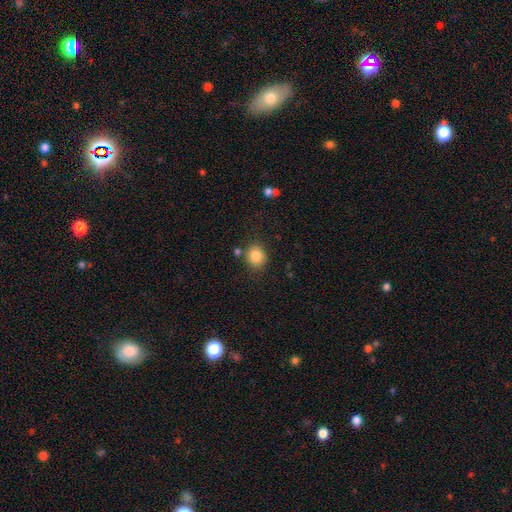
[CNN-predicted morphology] Overall: smooth (85%). How rounded: round (73%). Merging: none (80%).